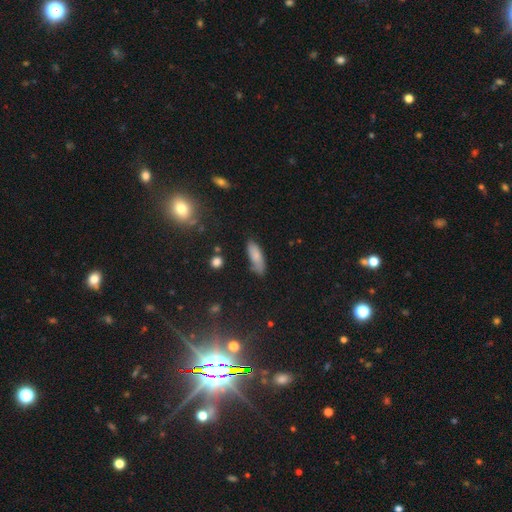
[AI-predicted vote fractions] smooth_or_featured: smooth (p=0.80) [alt: featured or disk p=0.12]
how_rounded: in between (p=0.59) [alt: cigar-shaped p=0.39]
merging: none (p=0.68) [alt: minor disturbance p=0.24]